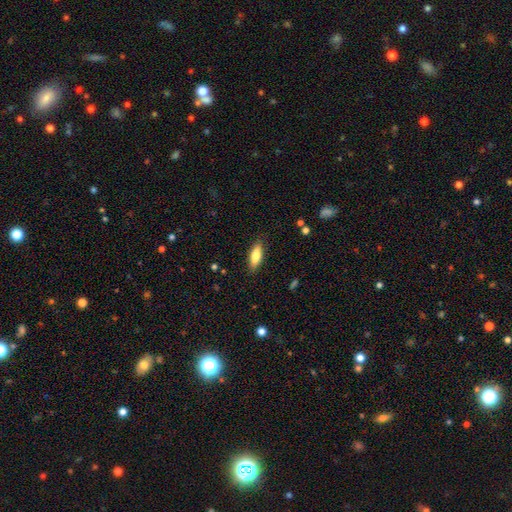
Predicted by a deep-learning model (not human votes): Smooth or featured?
  - smooth: 80% *
  - featured or disk: 14%
  - star or artifact: 6%
How rounded?
  - in between: 60% *
  - cigar-shaped: 38%
  - round: 2%
Merging?
  - none: 86% *
  - minor disturbance: 11%
  - major disturbance: 2%
  - merger: 1%